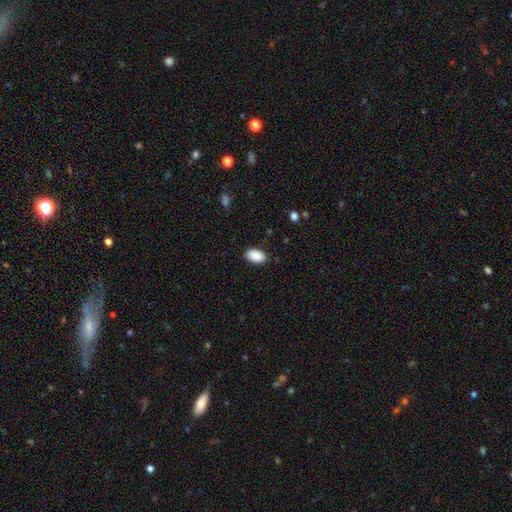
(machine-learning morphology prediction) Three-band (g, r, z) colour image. It shows a smooth galaxy with no disk features (90%) that is in between round and cigar-shaped (93%). Merging: none (86%).